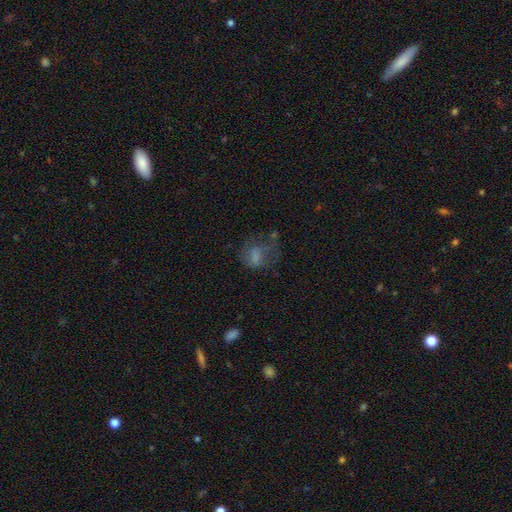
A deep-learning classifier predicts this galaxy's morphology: Smooth or featured?
  - smooth: 60% *
  - featured or disk: 26%
  - star or artifact: 14%
How rounded?
  - round: 49% * (tied)
  - in between: 49% * (tied)
  - cigar-shaped: 1%
Merging?
  - major disturbance: 37% *
  - none: 35%
  - minor disturbance: 22%
  - merger: 5%